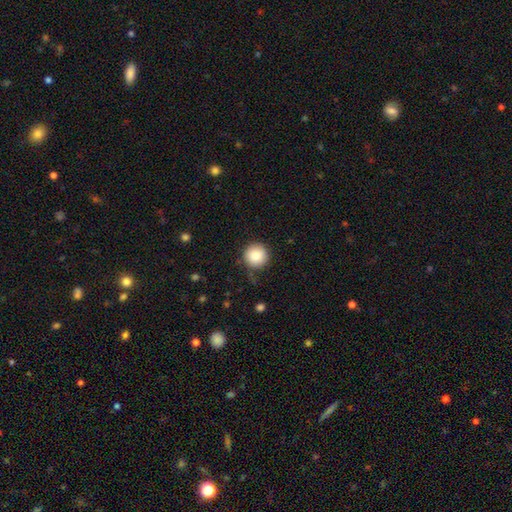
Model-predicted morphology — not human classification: Overall: smooth (87%). How rounded: round (95%). Merging: none (82%).